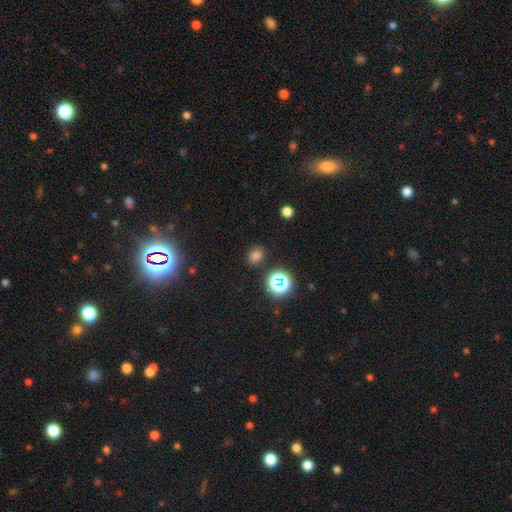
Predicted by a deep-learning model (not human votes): Smooth or featured?
  - smooth: 72% *
  - star or artifact: 22%
  - featured or disk: 6%
How rounded?
  - round: 58% *
  - in between: 41%
  - cigar-shaped: 1%
Merging?
  - none: 84% *
  - minor disturbance: 10%
  - major disturbance: 3%
  - merger: 3%